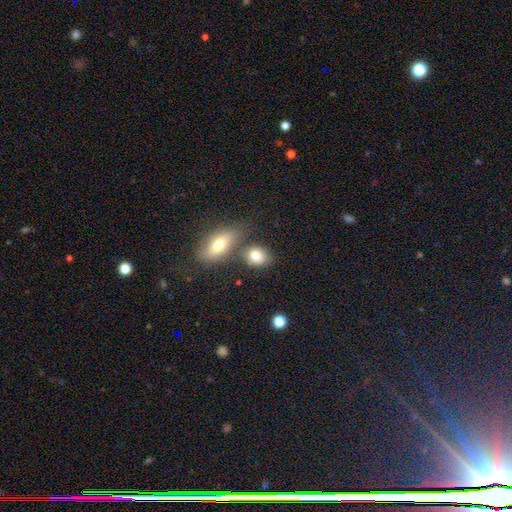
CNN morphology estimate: Smooth or featured: smooth — 82% (featured or disk — 10%)
How rounded: in between — 63% (round — 34%)
Merging: none — 55% (merger — 27%)